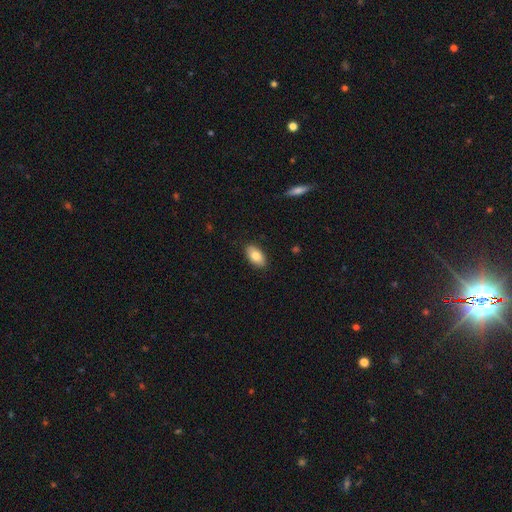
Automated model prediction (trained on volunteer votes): Smooth or featured: smooth — 80% (featured or disk — 13%)
How rounded: in between — 93% (round — 4%)
Merging: none — 88% (minor disturbance — 9%)